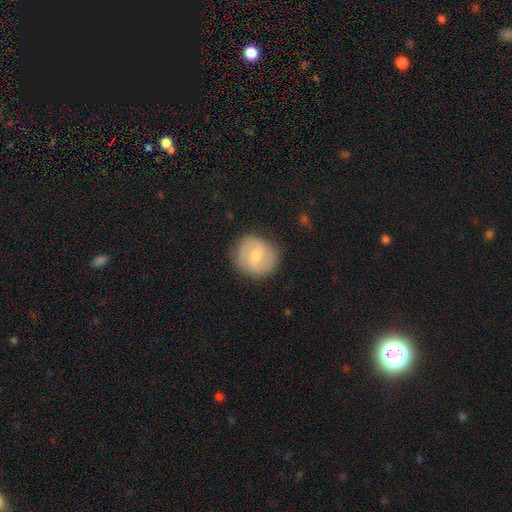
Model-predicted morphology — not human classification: Smooth or featured: smooth — 51% (featured or disk — 43%)
How rounded: round — 86% (in between — 13%)
Merging: none — 82% (minor disturbance — 13%)